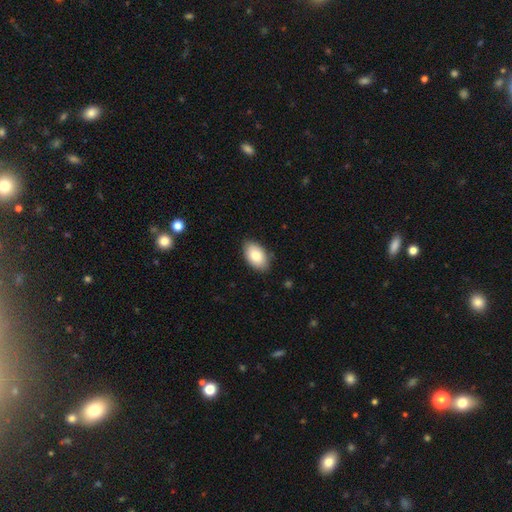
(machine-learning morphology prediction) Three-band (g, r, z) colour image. It shows a smooth galaxy with no disk features (85%) that is in between round and cigar-shaped (94%). Merging: none (85%).